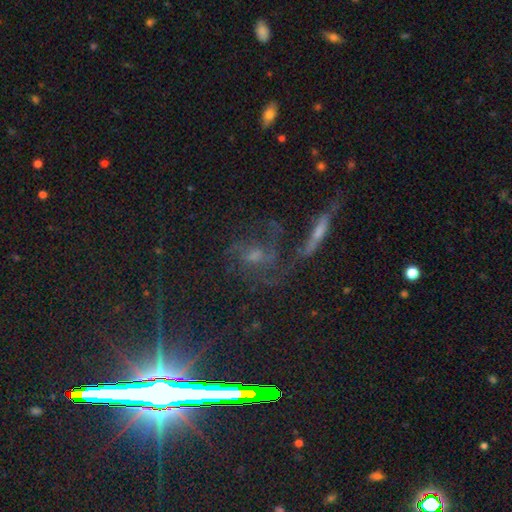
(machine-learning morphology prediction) A featured or disk galaxy (53%). Merging: none (55%).